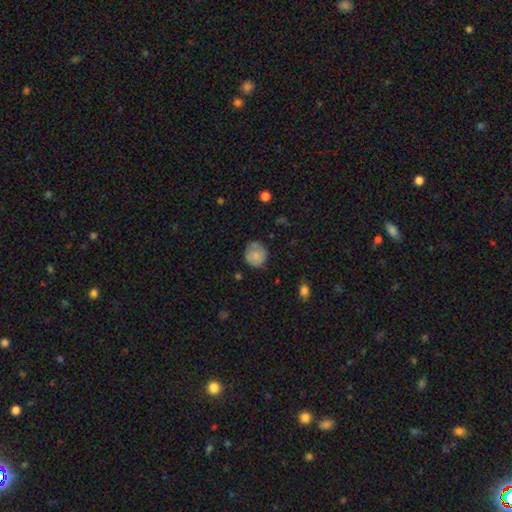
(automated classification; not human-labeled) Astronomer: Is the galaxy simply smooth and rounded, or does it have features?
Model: smooth — 74%.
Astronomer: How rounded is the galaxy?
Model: round — 85%.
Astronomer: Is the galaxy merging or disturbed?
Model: none — 65%.